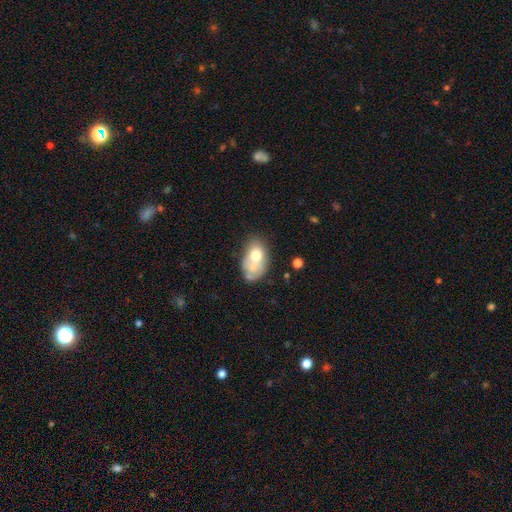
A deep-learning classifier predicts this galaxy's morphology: smooth_or_featured: smooth (p=0.63) [alt: featured or disk p=0.29]
how_rounded: in between (p=0.86) [alt: round p=0.12]
merging: none (p=0.36) [alt: merger p=0.25]